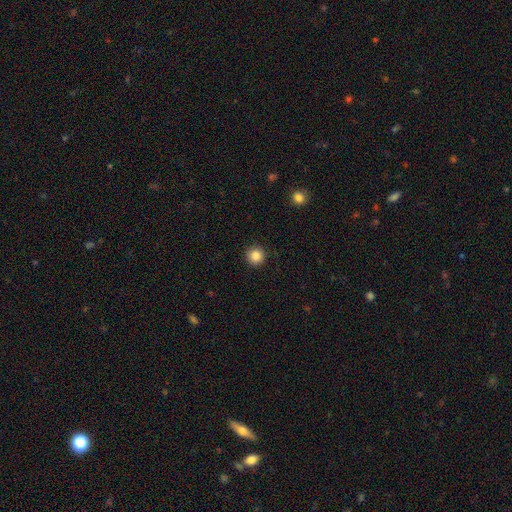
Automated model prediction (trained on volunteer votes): Overall: smooth (86%). How rounded: round (95%). Merging: none (92%).